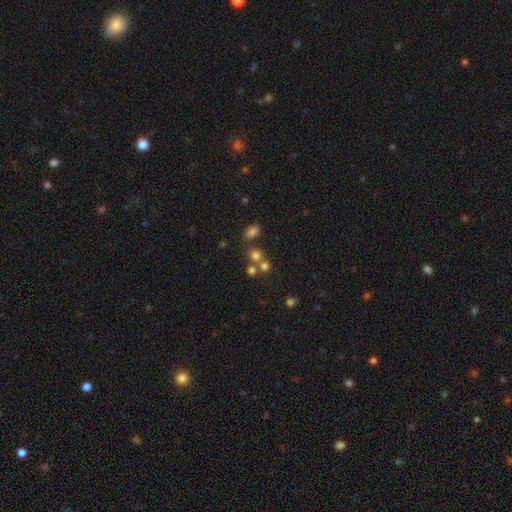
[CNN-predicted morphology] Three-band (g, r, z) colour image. It shows a smooth galaxy with no disk features (69%) that is round (78%). Merging: none (54%).